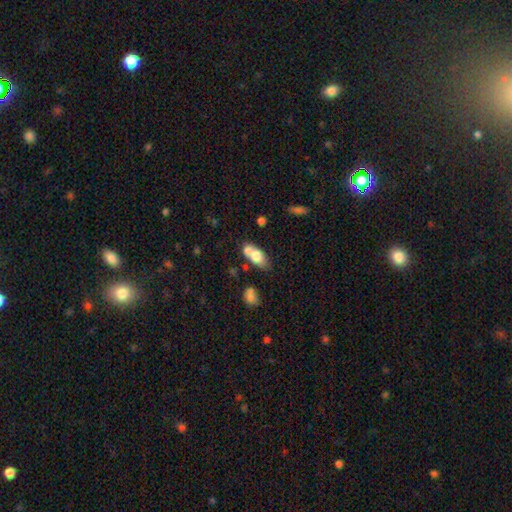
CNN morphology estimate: smooth 72%, featured or disk 20%, star or artifact 8%. Down the decision tree: how rounded — in between (81%); merging — merger (45%).